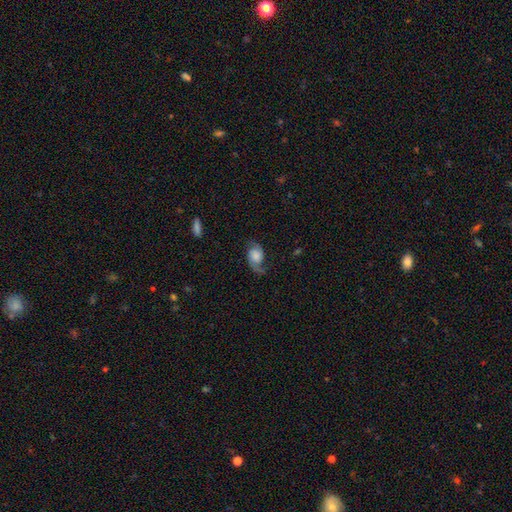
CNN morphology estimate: Smooth or featured? Predicted: featured or disk (p=0.74). Edge-on disk? Predicted: no (p=0.97). Bar? Predicted: no (p=0.70). Spiral arms? Predicted: yes (p=0.95). Spiral winding? Predicted: loose (p=0.49). Spiral arm count? Predicted: 2 (p=0.84). Bulge size? Predicted: moderate (p=0.28). Merging? Predicted: none (p=0.66).